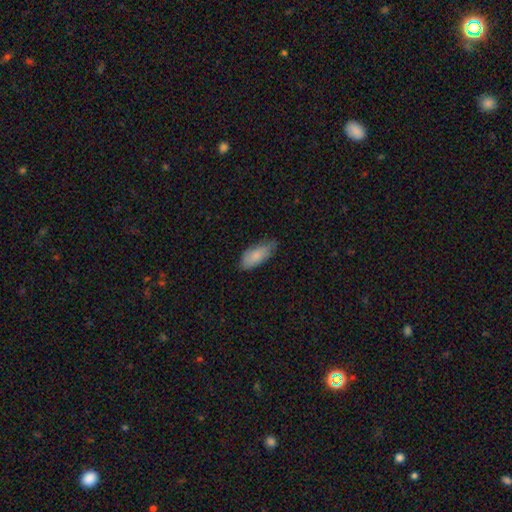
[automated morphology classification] Smooth or featured? Predicted: smooth (p=0.81). How rounded? Predicted: in between (p=0.88). Merging? Predicted: none (p=0.61).